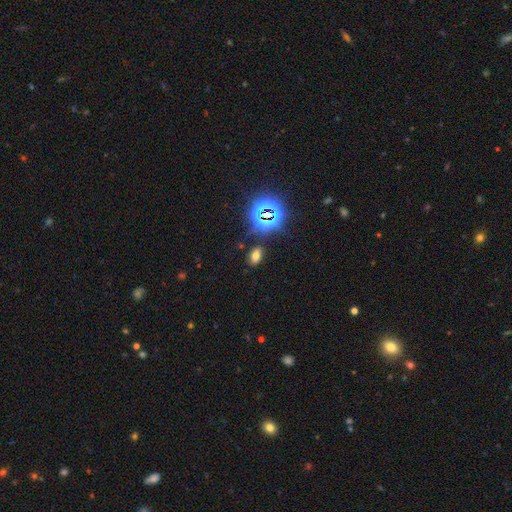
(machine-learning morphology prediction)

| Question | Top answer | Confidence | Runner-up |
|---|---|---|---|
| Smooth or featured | smooth | 59% | star or artifact (32%) |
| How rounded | in between | 87% | round (10%) |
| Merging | none | 84% | minor disturbance (10%) |